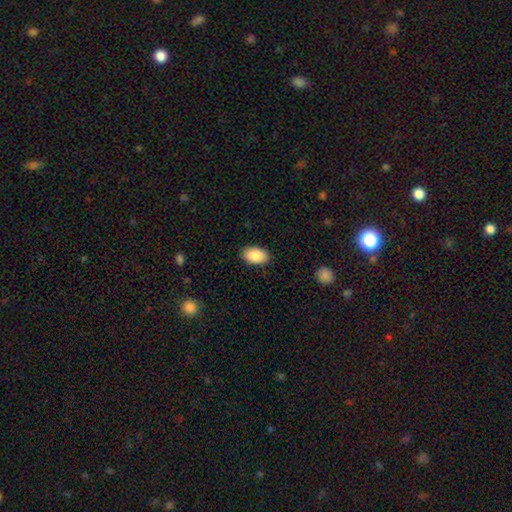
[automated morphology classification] Overall: smooth (89%). How rounded: in between (92%). Merging: none (88%).